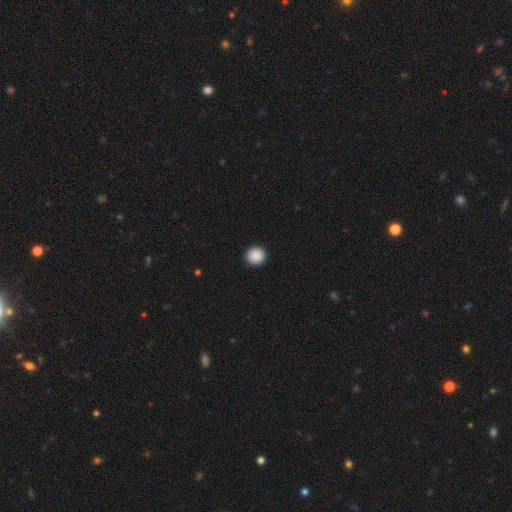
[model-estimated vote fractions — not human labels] This is clearly a smooth galaxy (90%). How rounded: clearly round (90%). Merging: clearly none (93%).